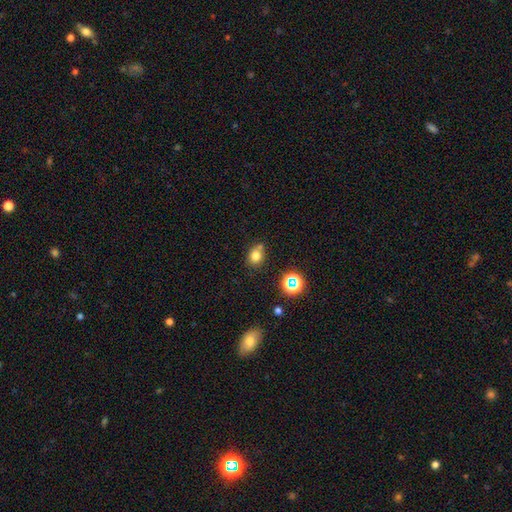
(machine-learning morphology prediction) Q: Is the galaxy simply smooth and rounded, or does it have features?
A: smooth — 75%.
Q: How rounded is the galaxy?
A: round — 65%.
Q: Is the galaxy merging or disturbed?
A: none — 65%.